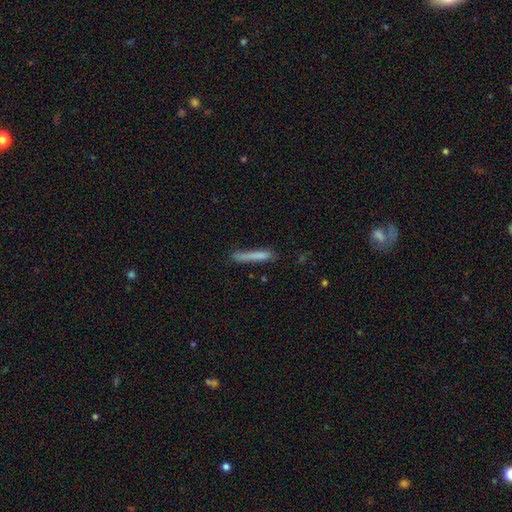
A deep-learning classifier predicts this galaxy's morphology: This appears to be a smooth galaxy with no disk features (78%) that is cigar-shaped (95%). Merging: none (74%).